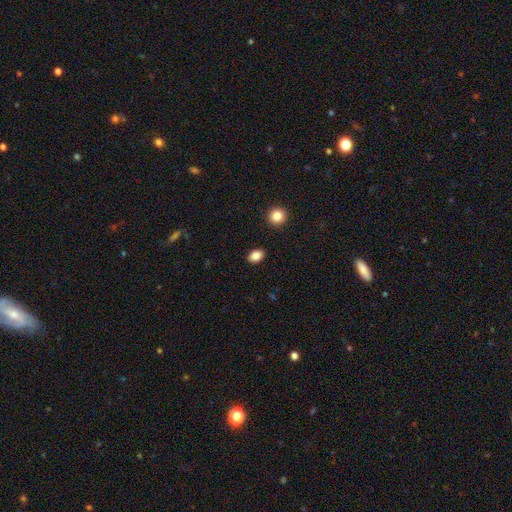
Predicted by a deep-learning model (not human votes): A smooth galaxy with no disk features (86%) that is in between round and cigar-shaped (78%).

Vote fractions:
- Smooth or featured? smooth: 86% / star or artifact: 9% / featured or disk: 5%
- How rounded? in between: 78% / round: 21% / cigar-shaped: 1%
- Merging? none: 89% / minor disturbance: 7% / major disturbance: 2% / merger: 2%